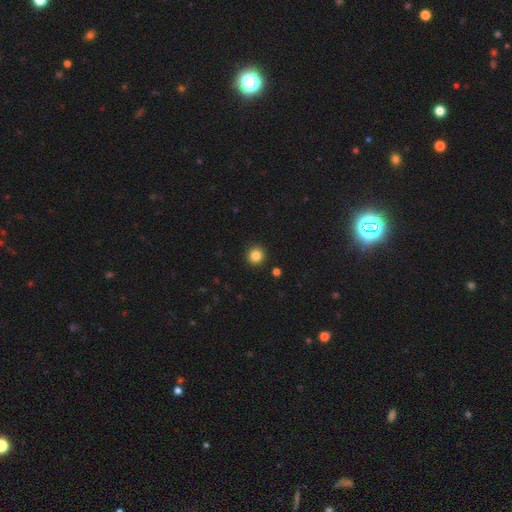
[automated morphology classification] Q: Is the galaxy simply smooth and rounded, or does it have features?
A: smooth — 84%.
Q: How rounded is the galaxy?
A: round — 94%.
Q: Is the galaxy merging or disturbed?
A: none — 92%.